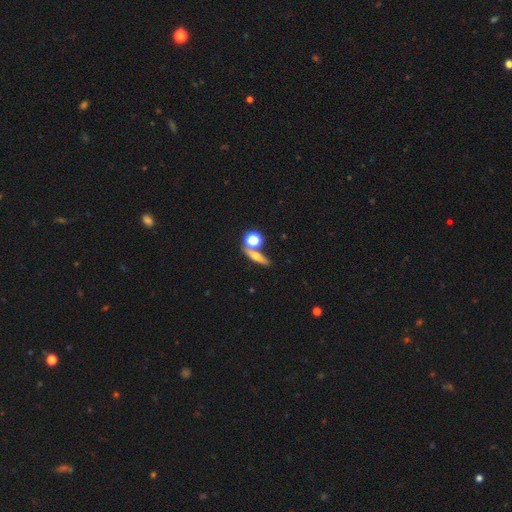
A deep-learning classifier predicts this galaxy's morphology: smooth_or_featured: smooth (p=0.48) [alt: featured or disk p=0.37]
merging: none (p=0.67) [alt: merger p=0.18]